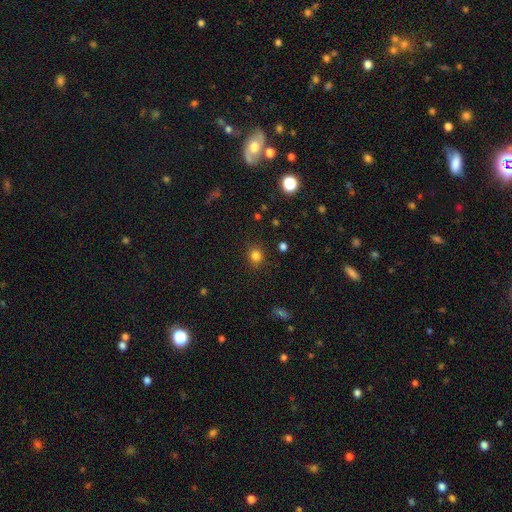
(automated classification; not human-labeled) This appears to be a smooth galaxy with no disk features (81%) that is round (79%). Merging: none (86%).